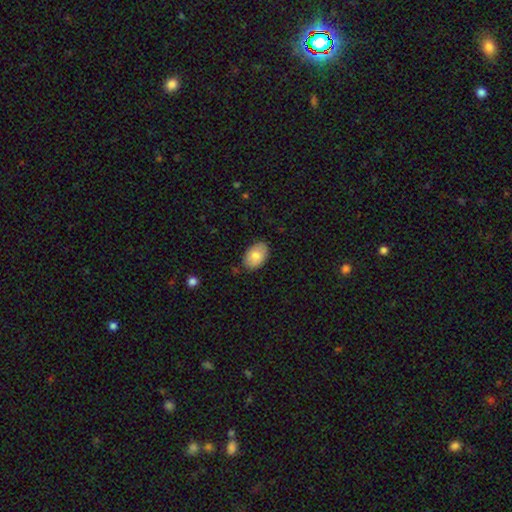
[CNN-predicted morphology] smooth-or-featured: smooth: 79% | featured or disk: 15% | star or artifact: 7%
  how-rounded: in between: 88% | round: 11% | cigar-shaped: 1%
  merging: none: 84% | minor disturbance: 13% | major disturbance: 2% | merger: 1%